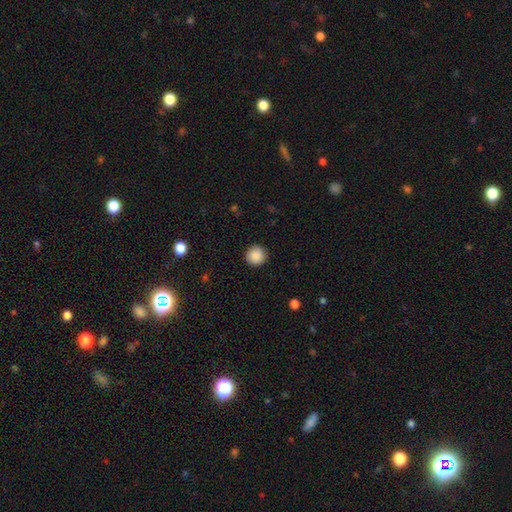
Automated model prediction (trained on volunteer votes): Smooth or featured? Predicted: smooth (p=0.89). How rounded? Predicted: round (p=0.95). Merging? Predicted: none (p=0.92).